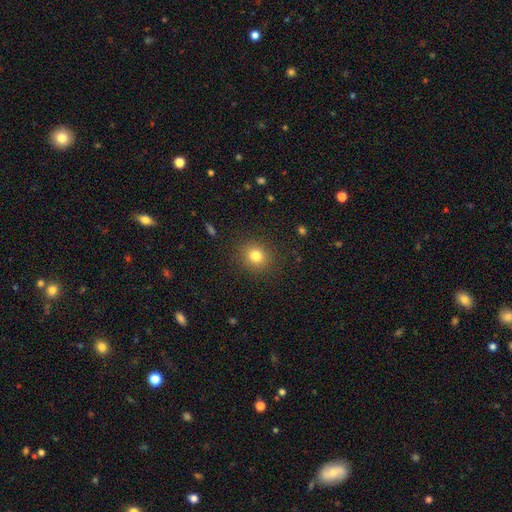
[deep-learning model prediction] Q: Smooth or featured?
A: smooth (81%); runner-up: star or artifact (12%)
Q: How rounded?
A: round (80%); runner-up: in between (19%)
Q: Merging?
A: none (88%); runner-up: minor disturbance (8%)